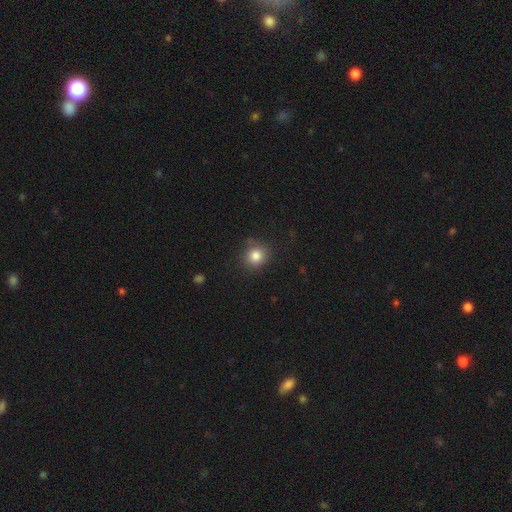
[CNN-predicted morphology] Smooth or featured? smooth (83%)
How rounded? round (86%)
Merging? none (80%)